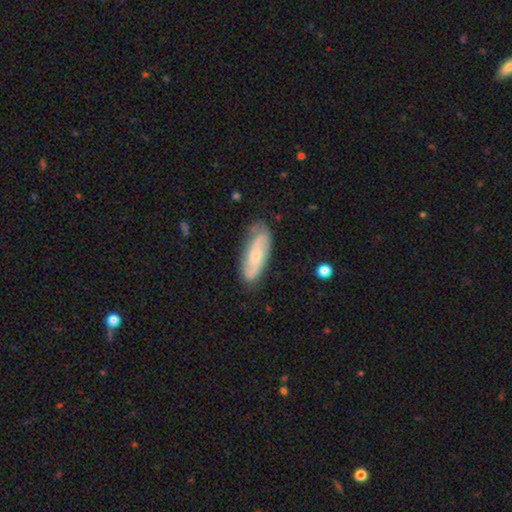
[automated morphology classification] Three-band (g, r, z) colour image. It shows a featured or disk galaxy (55%). Merging: none (76%).